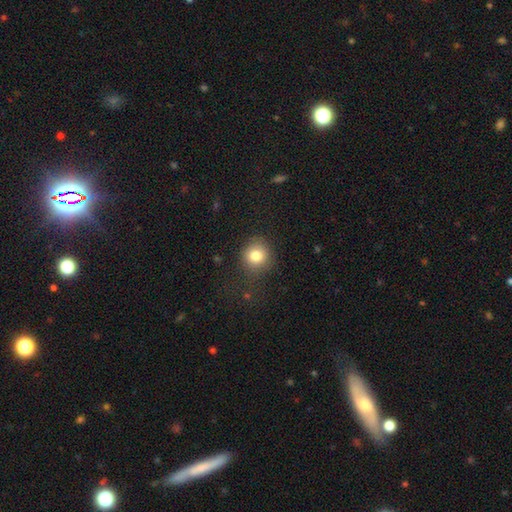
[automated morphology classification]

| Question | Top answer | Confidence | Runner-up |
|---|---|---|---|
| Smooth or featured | smooth | 81% | star or artifact (11%) |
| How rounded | round | 88% | in between (11%) |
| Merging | none | 78% | minor disturbance (14%) |